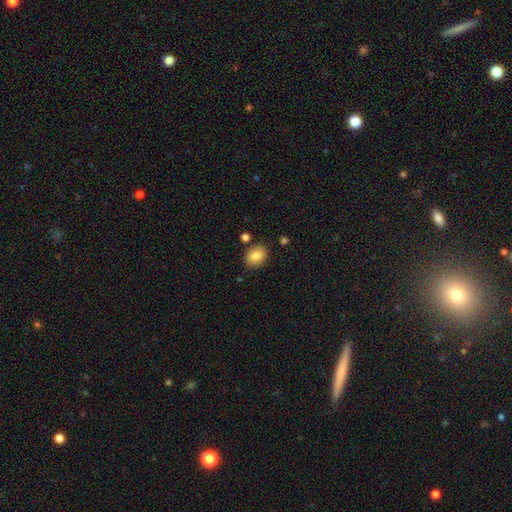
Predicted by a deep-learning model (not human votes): smooth 84%, star or artifact 8%, featured or disk 8%. Down the decision tree: how rounded — in between (66%); merging — none (85%).